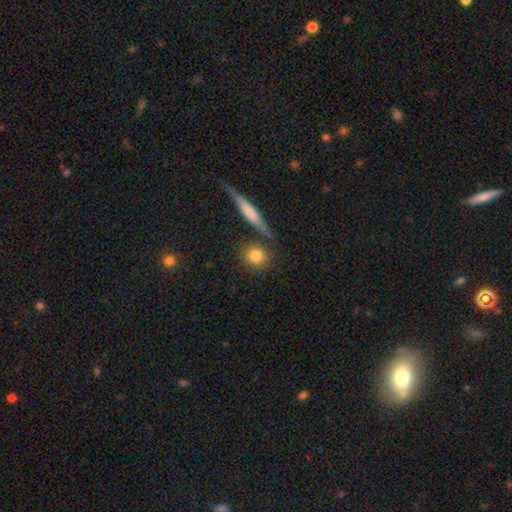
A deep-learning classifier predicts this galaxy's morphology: smooth-or-featured: smooth: 81% | featured or disk: 11% | star or artifact: 9%
  how-rounded: round: 77% | in between: 16% | cigar-shaped: 7%
  merging: none: 76% | minor disturbance: 10% | merger: 10% | major disturbance: 4%